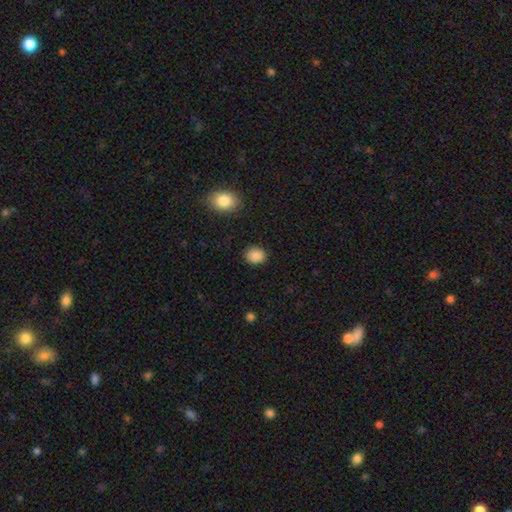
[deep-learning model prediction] smooth_or_featured: smooth (p=0.88) [alt: star or artifact p=0.09]
how_rounded: round (p=0.63) [alt: in between p=0.36]
merging: none (p=0.87) [alt: minor disturbance p=0.09]